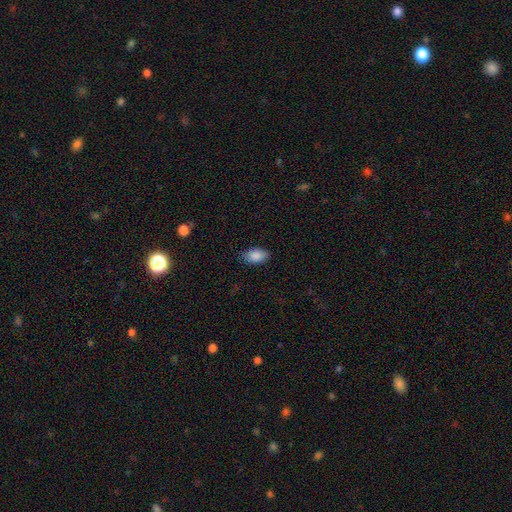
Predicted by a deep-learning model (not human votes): Smooth or featured? Predicted: smooth (p=0.88). How rounded? Predicted: in between (p=0.92). Merging? Predicted: none (p=0.82).